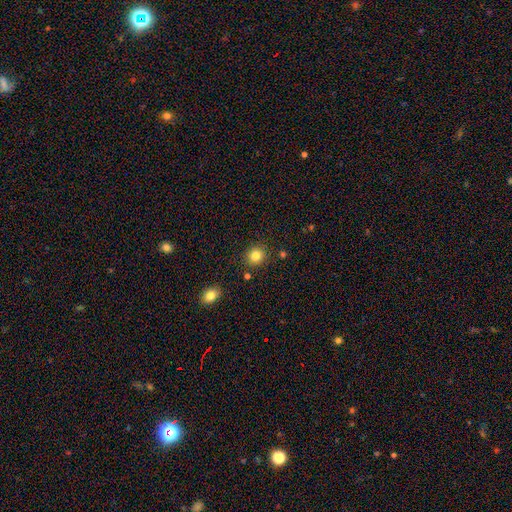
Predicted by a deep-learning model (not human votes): Overall: smooth (84%). How rounded: round (77%). Merging: none (86%).